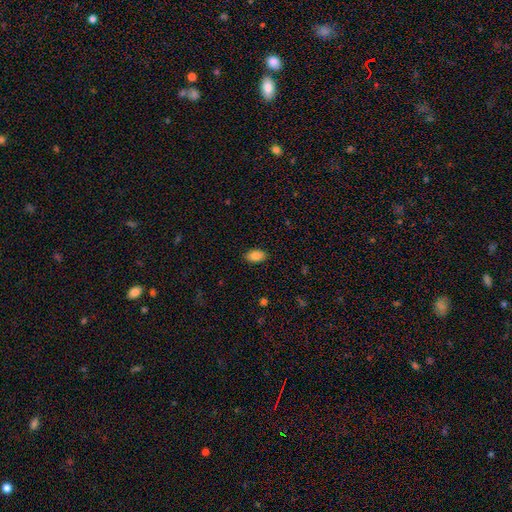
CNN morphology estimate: smooth_or_featured: smooth (p=0.85) [alt: star or artifact p=0.08]
how_rounded: in between (p=0.92) [alt: round p=0.07]
merging: none (p=0.88) [alt: minor disturbance p=0.09]